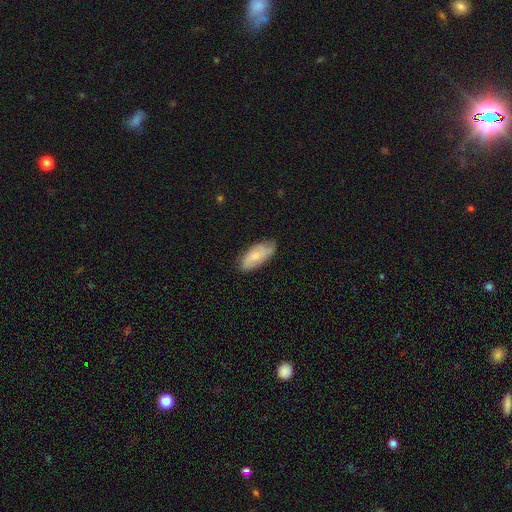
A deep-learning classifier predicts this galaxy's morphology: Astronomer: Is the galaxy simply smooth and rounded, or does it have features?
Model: smooth — 61%.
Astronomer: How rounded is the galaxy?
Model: in between — 85%.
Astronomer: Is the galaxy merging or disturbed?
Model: none — 70%.